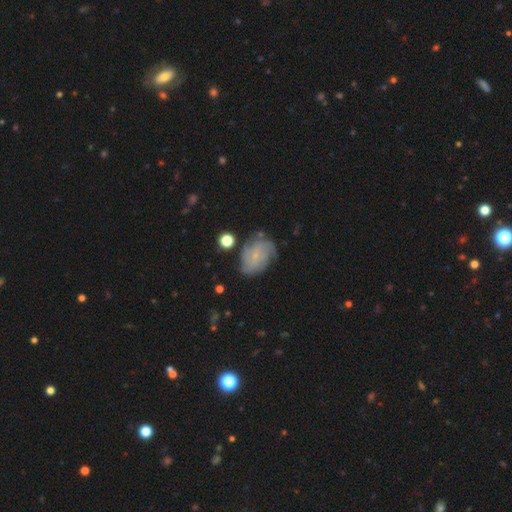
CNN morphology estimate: Q: Smooth or featured?
A: featured or disk (55%); runner-up: smooth (35%)
Q: Edge-on disk?
A: no (97%); runner-up: yes (3%)
Q: Bar?
A: no (78%); runner-up: weak (19%)
Q: Spiral arms?
A: yes (80%); runner-up: no (20%)
Q: Bulge size?
A: small (81%); runner-up: none (9%)
Q: Merging?
A: none (64%); runner-up: minor disturbance (23%)